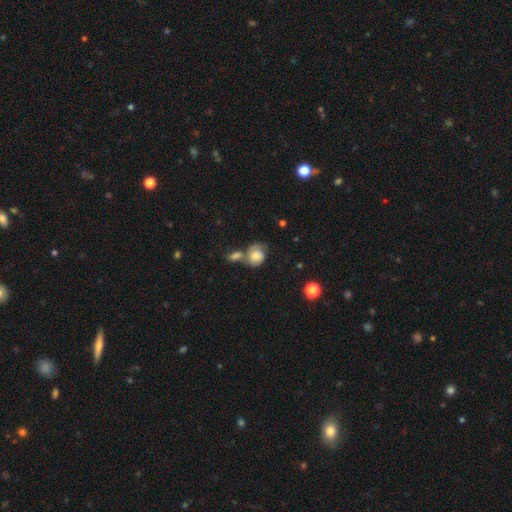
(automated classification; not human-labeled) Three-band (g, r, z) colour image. It shows a smooth galaxy with no disk features (58%) that is round (66%). Merging: merger (42%).